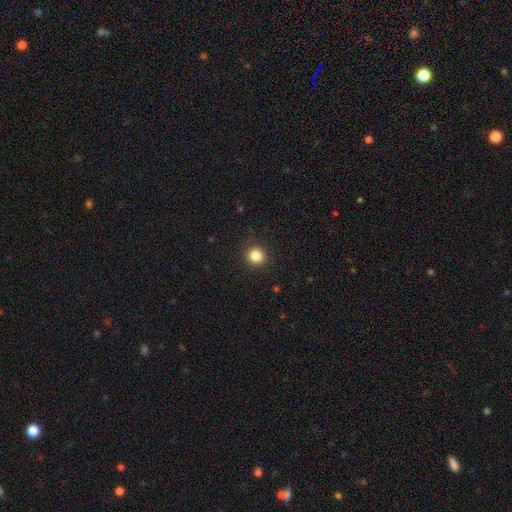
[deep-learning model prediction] Smooth or featured? Predicted: smooth (p=0.85). How rounded? Predicted: round (p=0.92). Merging? Predicted: none (p=0.91).